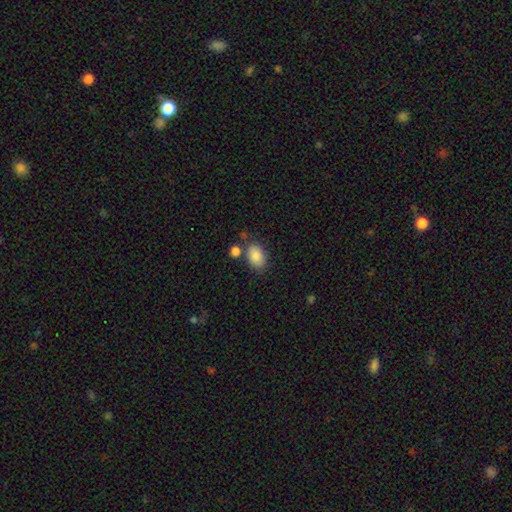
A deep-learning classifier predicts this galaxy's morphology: smooth-or-featured: smooth: 86% | star or artifact: 8% | featured or disk: 6%
  how-rounded: in between: 86% | round: 12% | cigar-shaped: 1%
  merging: none: 69% | minor disturbance: 15% | merger: 12% | major disturbance: 5%